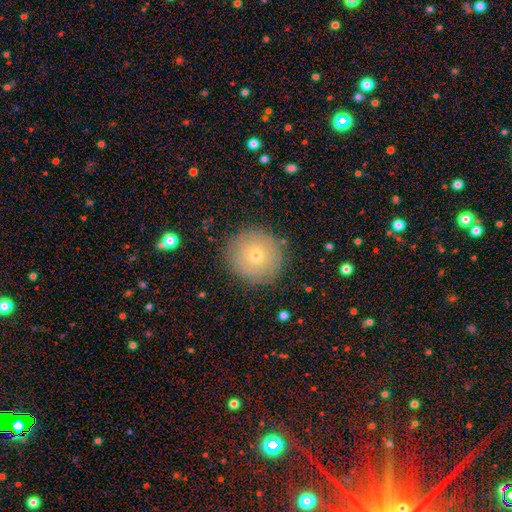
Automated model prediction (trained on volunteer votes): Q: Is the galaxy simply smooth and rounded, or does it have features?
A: smooth — 67%.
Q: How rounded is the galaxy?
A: round — 94%.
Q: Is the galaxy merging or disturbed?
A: none — 88%.